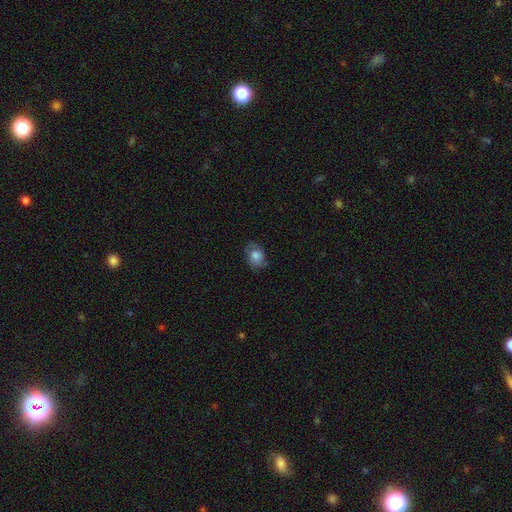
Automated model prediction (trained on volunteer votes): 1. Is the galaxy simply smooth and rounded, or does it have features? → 73% smooth, 18% featured or disk, 9% star or artifact.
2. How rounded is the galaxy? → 55% in between, 44% round, 1% cigar-shaped.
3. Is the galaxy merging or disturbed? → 65% none, 25% minor disturbance, 8% major disturbance, 1% merger.